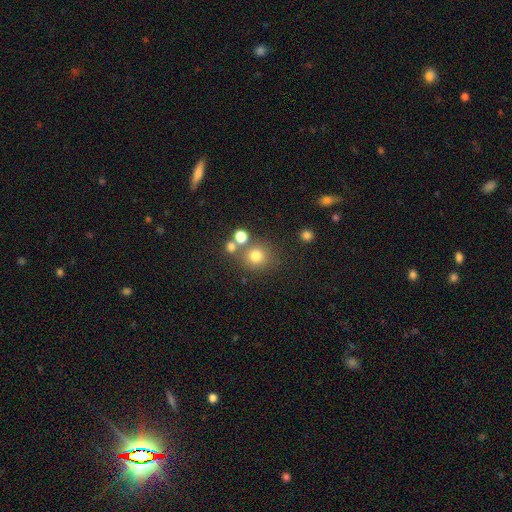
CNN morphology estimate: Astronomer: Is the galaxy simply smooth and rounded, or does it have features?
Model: smooth — 75%.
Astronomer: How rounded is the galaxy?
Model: round — 88%.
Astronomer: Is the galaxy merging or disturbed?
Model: none — 69%.